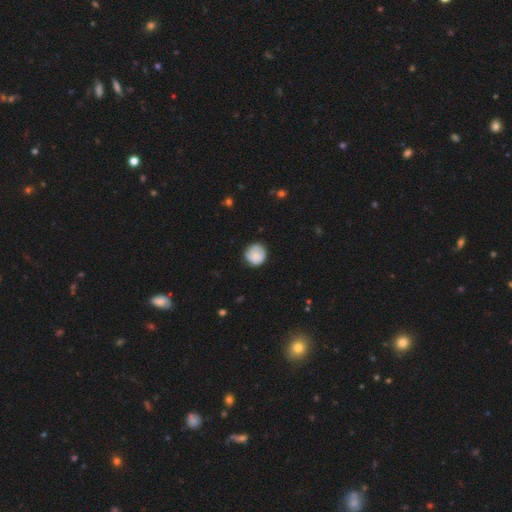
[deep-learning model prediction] A smooth galaxy with no disk features (81%) that is round (91%).

Vote fractions:
- Smooth or featured? smooth: 81% / featured or disk: 12% / star or artifact: 7%
- How rounded? round: 91% / in between: 8% / cigar-shaped: 1%
- Merging? none: 76% / minor disturbance: 18% / major disturbance: 4% / merger: 1%